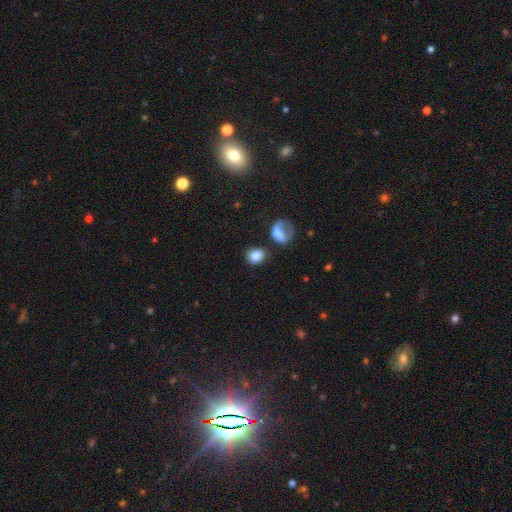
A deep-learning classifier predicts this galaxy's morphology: Smooth or featured? smooth (82%)
How rounded? round (56%)
Merging? none (60%)